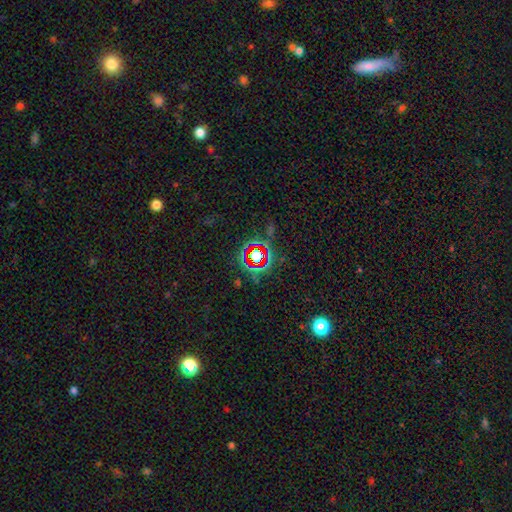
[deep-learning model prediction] The model was most divided on "smooth or featured": star or artifact: 74%, smooth: 16%, featured or disk: 10%.